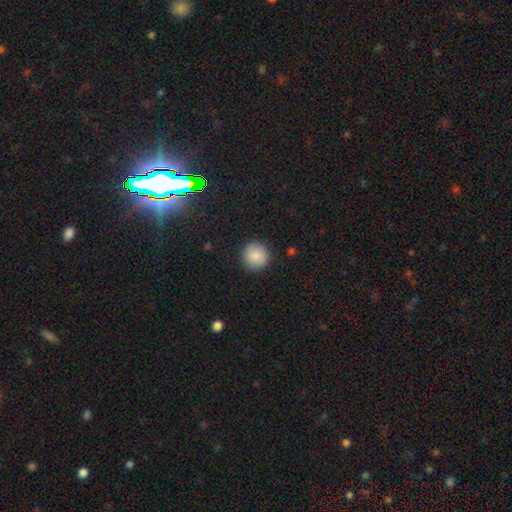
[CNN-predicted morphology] A smooth galaxy with no disk features (87%) that is round (94%). Merging: none (91%).